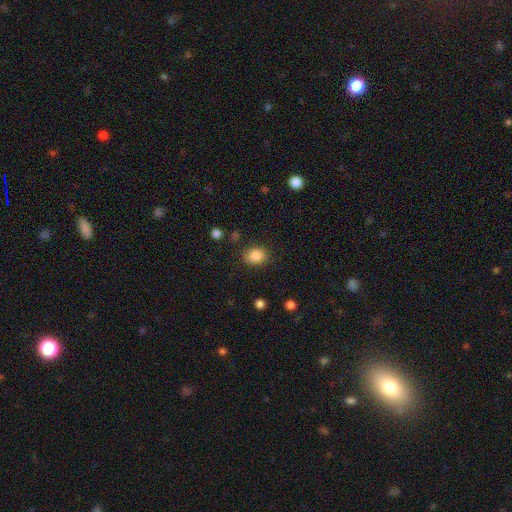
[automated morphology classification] type=smooth (87%); roundness=in between (51%); merging=none (83%).